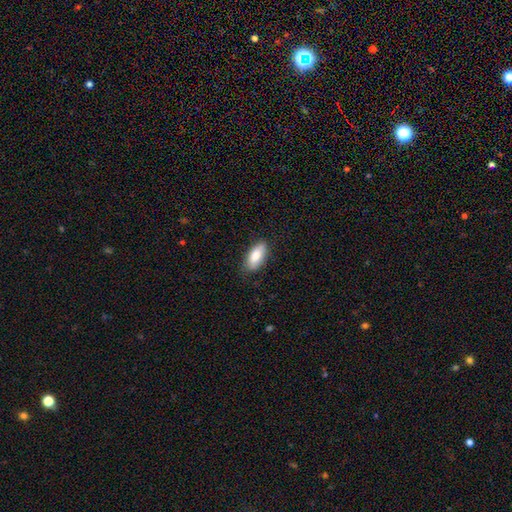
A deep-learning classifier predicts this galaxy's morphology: smooth_or_featured: smooth (p=0.83) [alt: featured or disk p=0.11]
how_rounded: in between (p=0.86) [alt: cigar-shaped p=0.12]
merging: none (p=0.82) [alt: minor disturbance p=0.14]